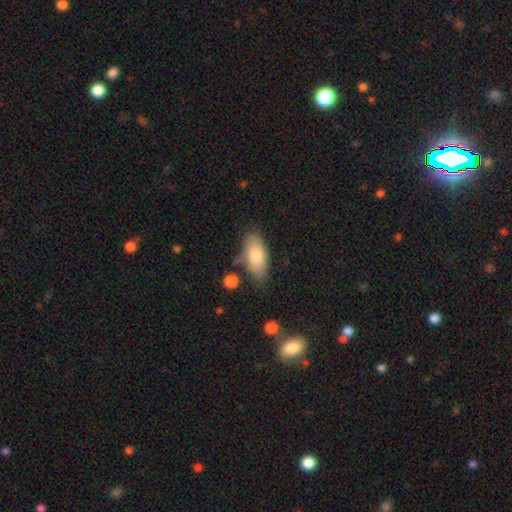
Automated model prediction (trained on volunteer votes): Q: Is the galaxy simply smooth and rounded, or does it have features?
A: smooth — 78%.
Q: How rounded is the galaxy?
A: in between — 87%.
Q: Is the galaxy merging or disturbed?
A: none — 73%.